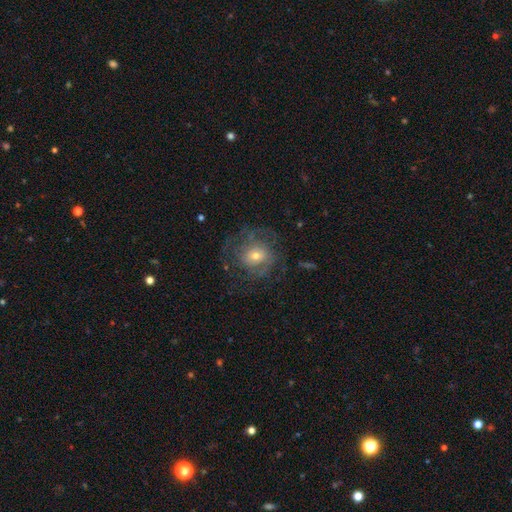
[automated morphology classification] Smooth or featured: featured or disk — 65% (smooth — 26%)
Edge-on disk: no — 97% (yes — 3%)
Bar: no — 67% (weak — 27%)
Spiral arms: yes — 73% (no — 27%)
Bulge size: moderate — 49% (small — 43%)
Merging: none — 63% (major disturbance — 19%)